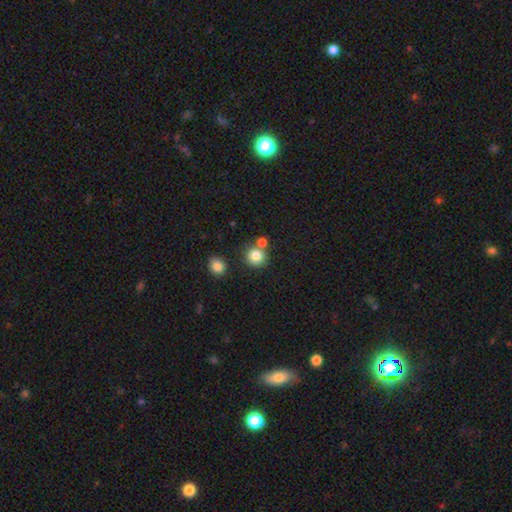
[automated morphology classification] A smooth galaxy with no disk features (83%) that is round (89%). Merging: none (68%).